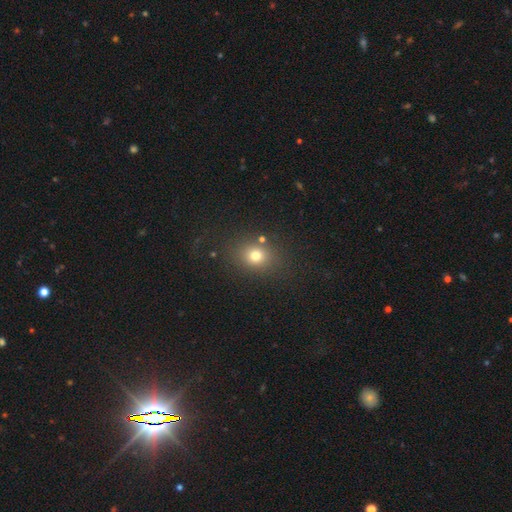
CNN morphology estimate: Smooth or featured? smooth (75%)
How rounded? round (61%)
Merging? none (79%)